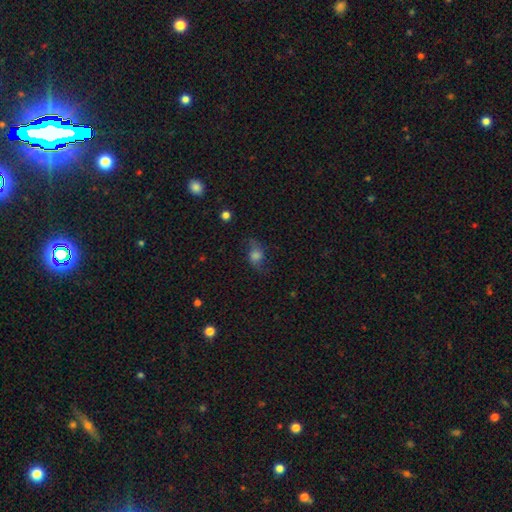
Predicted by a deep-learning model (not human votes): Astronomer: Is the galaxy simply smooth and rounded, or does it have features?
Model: smooth — 58%.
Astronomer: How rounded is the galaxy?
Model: in between — 62%.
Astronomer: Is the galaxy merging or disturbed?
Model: none — 60%.